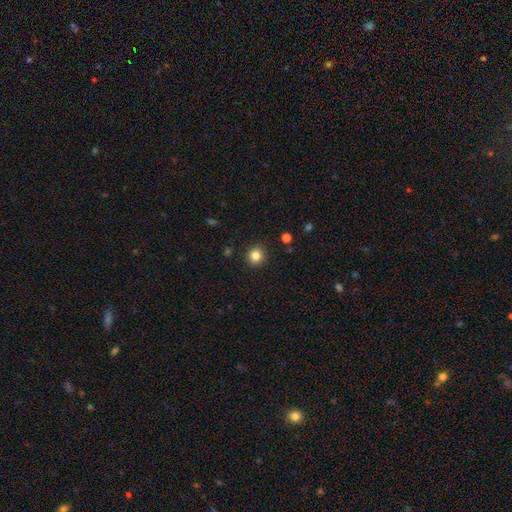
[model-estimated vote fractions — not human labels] This is clearly a smooth galaxy (83%). How rounded: clearly round (89%). Merging: clearly none (91%).